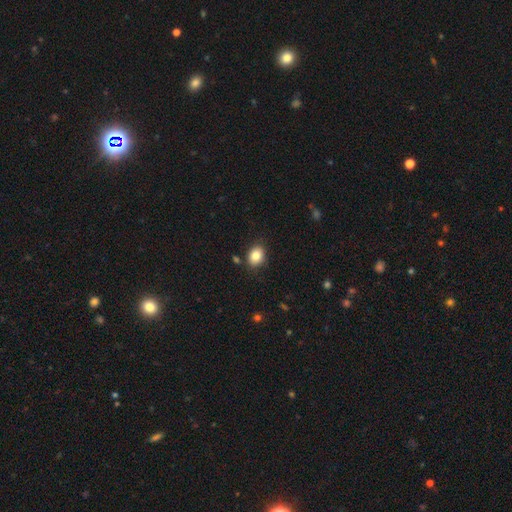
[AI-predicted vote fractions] Smooth or featured? Predicted: smooth (p=0.84). How rounded? Predicted: in between (p=0.62). Merging? Predicted: none (p=0.84).